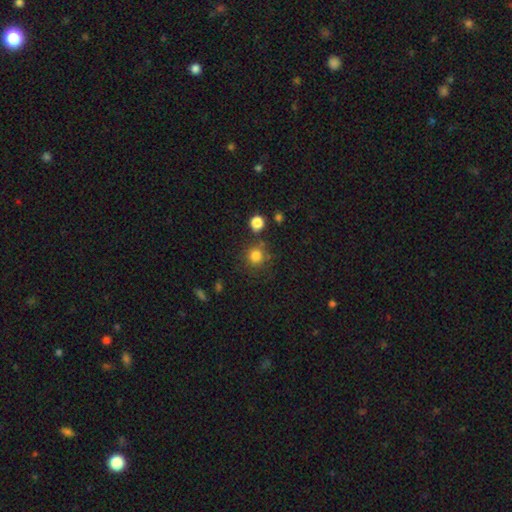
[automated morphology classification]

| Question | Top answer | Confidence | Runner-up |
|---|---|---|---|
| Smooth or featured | smooth | 81% | star or artifact (13%) |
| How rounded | round | 91% | in between (8%) |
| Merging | none | 76% | minor disturbance (11%) |